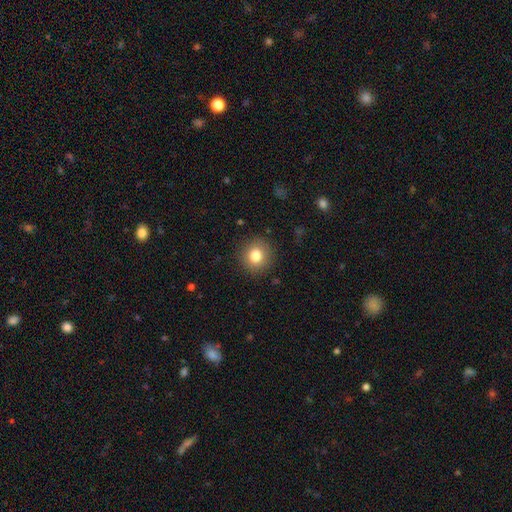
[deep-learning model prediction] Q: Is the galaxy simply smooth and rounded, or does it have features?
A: smooth — 82%.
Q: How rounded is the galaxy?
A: round — 91%.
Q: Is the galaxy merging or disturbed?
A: none — 90%.